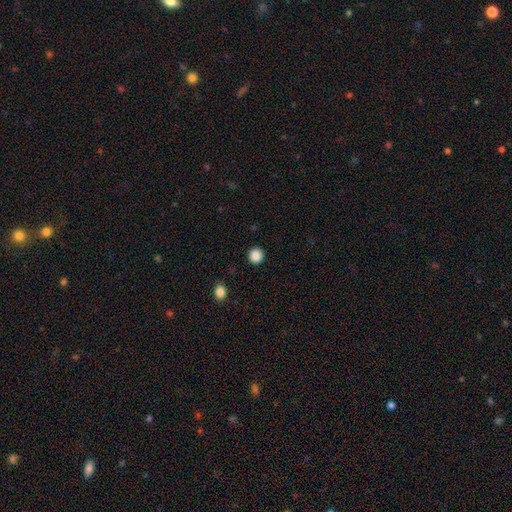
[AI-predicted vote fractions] smooth-or-featured: smooth: 88% | star or artifact: 10% | featured or disk: 2%
  how-rounded: round: 93% | in between: 6% | cigar-shaped: 1%
  merging: none: 92% | minor disturbance: 5% | major disturbance: 2% | merger: 1%